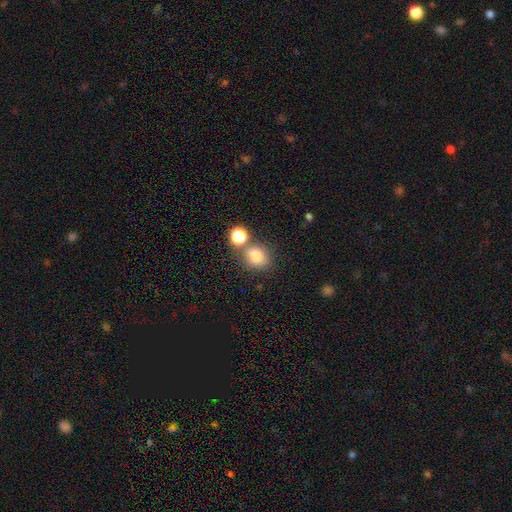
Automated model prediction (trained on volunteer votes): Morphology: type=smooth (79%); roundness=round (60%); merging=none (61%).